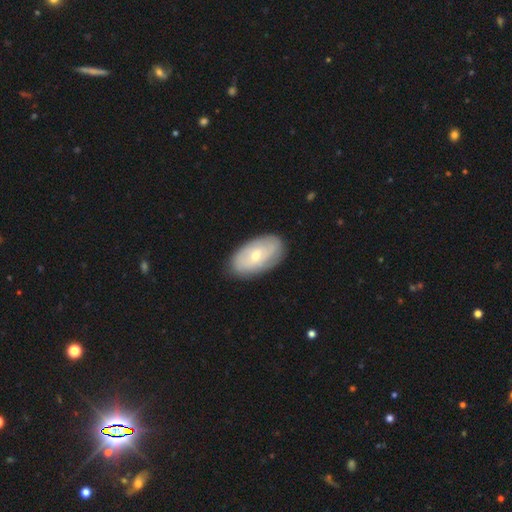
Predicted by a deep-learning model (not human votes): smooth_or_featured: featured or disk (p=0.49) [alt: smooth p=0.45]
merging: none (p=0.83) [alt: minor disturbance p=0.13]